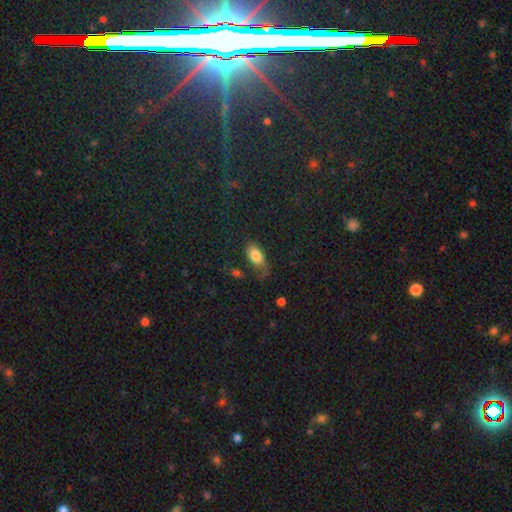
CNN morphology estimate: Smooth or featured? smooth (82%)
How rounded? in between (91%)
Merging? none (55%)